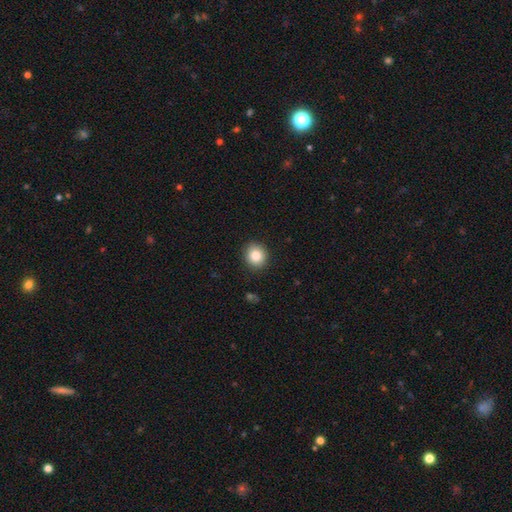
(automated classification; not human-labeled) Morphology: type=smooth (84%); roundness=round (81%); merging=none (90%).